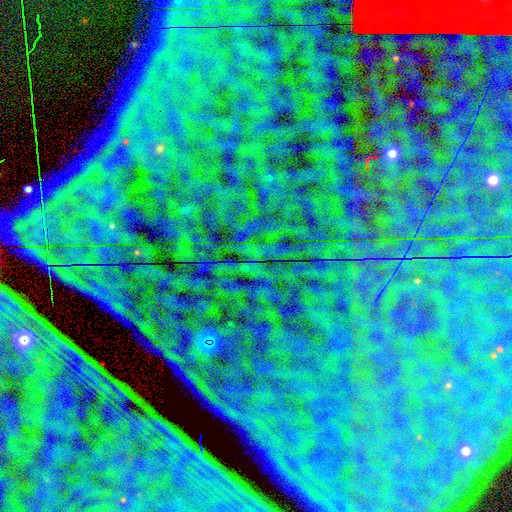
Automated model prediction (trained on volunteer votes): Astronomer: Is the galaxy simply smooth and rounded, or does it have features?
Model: star or artifact — 86%.